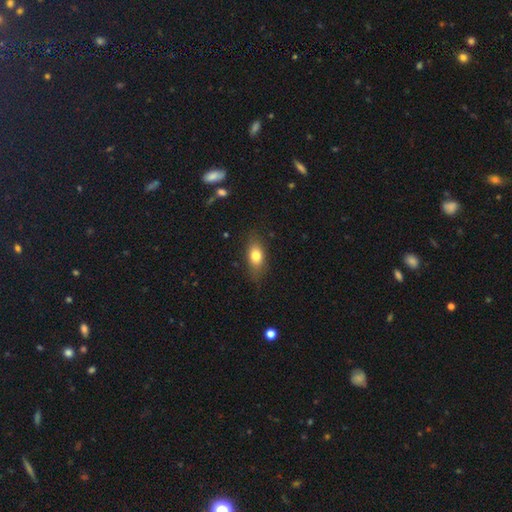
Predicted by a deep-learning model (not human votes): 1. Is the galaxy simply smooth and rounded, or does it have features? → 78% smooth, 14% featured or disk, 8% star or artifact.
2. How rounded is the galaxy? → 80% in between, 10% round, 10% cigar-shaped.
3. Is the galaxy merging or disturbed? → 77% none, 17% minor disturbance, 4% major disturbance, 1% merger.